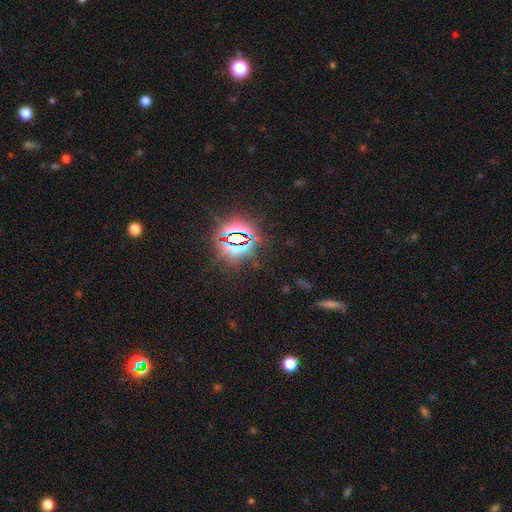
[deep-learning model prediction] smooth_or_featured: star or artifact (p=0.82) [alt: smooth p=0.11]